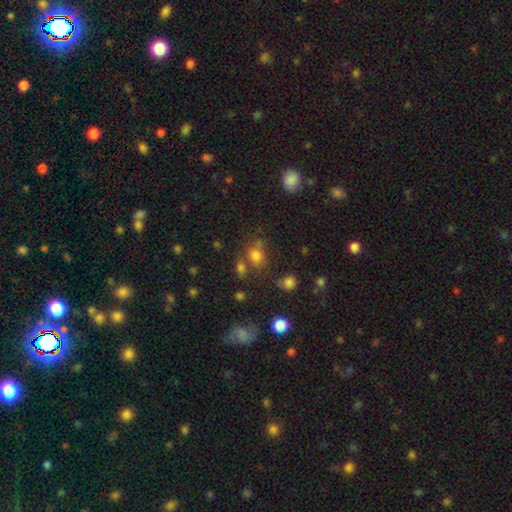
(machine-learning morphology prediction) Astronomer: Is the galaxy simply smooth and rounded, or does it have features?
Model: smooth — 73%.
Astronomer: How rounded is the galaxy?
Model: round — 68%.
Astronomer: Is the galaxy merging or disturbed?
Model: none — 59%.